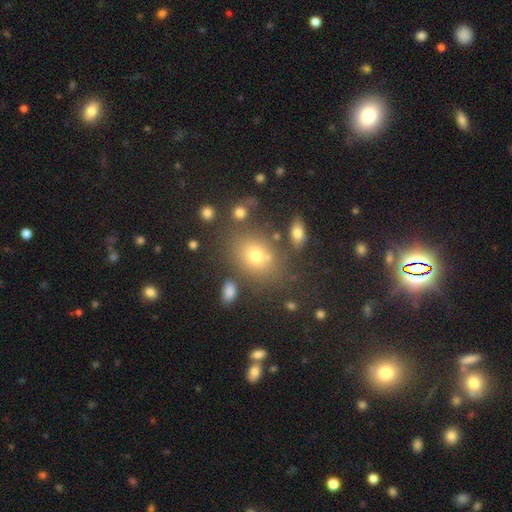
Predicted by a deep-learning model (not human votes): A smooth galaxy with no disk features (70%) that is in between round and cigar-shaped (59%). Merging: none (68%).